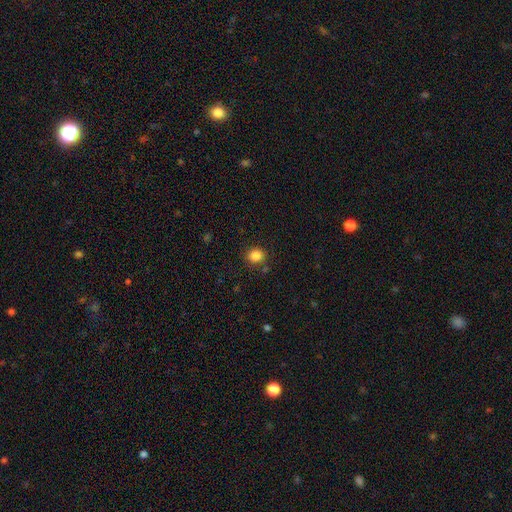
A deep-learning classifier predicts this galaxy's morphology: Smooth or featured: smooth — 85% (star or artifact — 11%)
How rounded: round — 74% (in between — 25%)
Merging: none — 85% (minor disturbance — 9%)